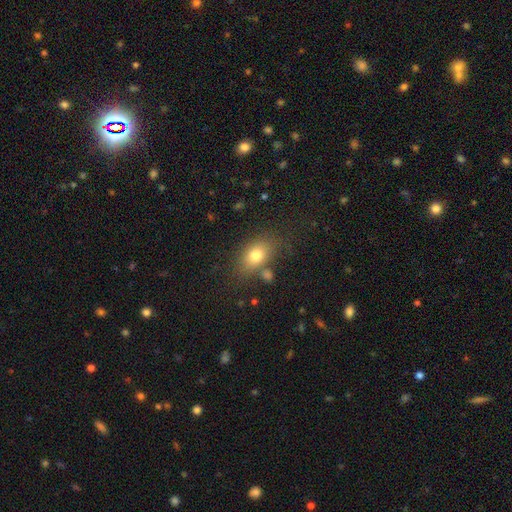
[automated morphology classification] This appears to be a smooth galaxy with no disk features (76%) that is in between round and cigar-shaped (80%). Merging: none (70%).